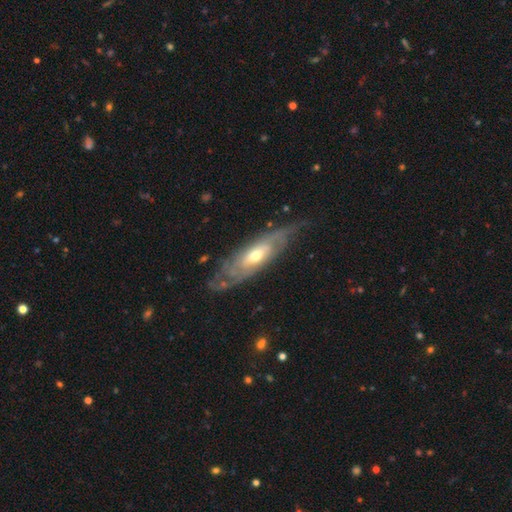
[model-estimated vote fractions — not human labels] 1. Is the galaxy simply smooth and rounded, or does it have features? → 77% featured or disk, 18% smooth, 5% star or artifact.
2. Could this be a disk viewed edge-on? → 77% no, 23% yes.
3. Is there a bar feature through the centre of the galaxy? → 66% no, 26% weak, 8% strong.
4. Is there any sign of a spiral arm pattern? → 81% yes, 19% no.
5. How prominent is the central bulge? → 62% moderate, 31% small, 6% large, 1% dominant, 1% none.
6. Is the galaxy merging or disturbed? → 66% none, 21% minor disturbance, 11% major disturbance, 2% merger.